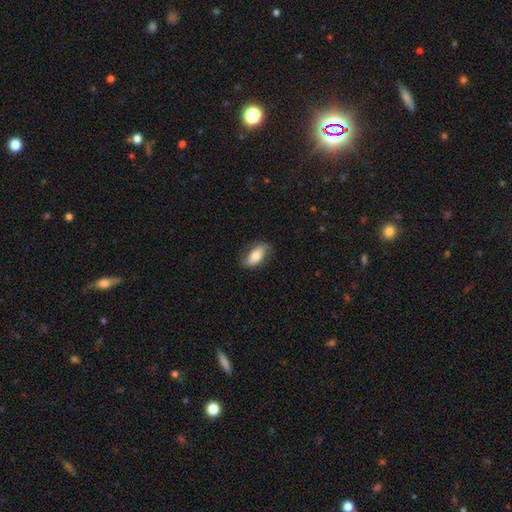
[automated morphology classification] smooth-or-featured: smooth: 64% | featured or disk: 30% | star or artifact: 7%
  how-rounded: in between: 87% | cigar-shaped: 9% | round: 4%
  merging: none: 74% | minor disturbance: 20% | major disturbance: 5% | merger: 1%